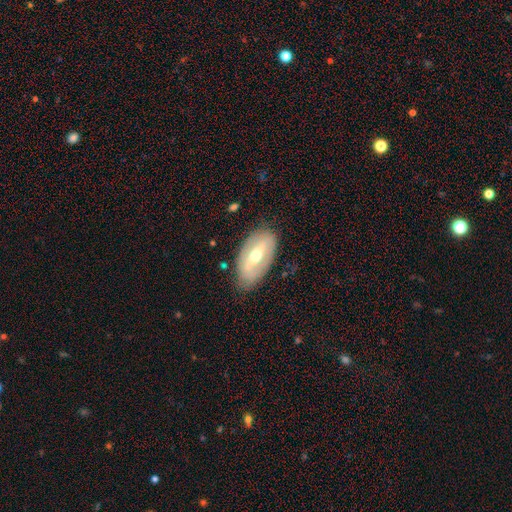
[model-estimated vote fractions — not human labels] This appears to be a featured or disk galaxy (63%) with a strong bar (49%), no spiral arms (63%) and a moderate central bulge (67%). Merging: none (79%).